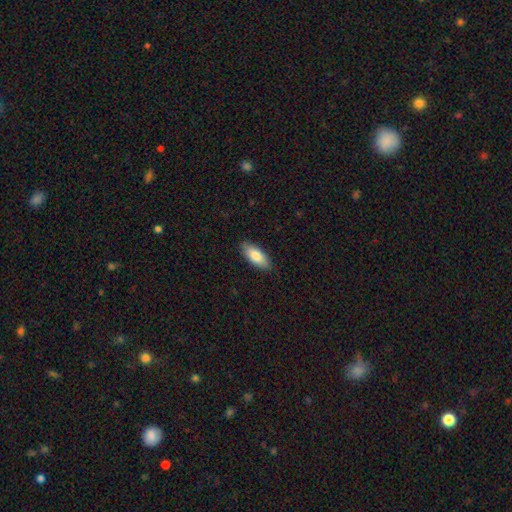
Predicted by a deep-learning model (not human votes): The model was most divided on "how rounded": in between: 83%, cigar-shaped: 16%, round: 2%. More confident: merging — none (89%); smooth or featured — smooth (82%).